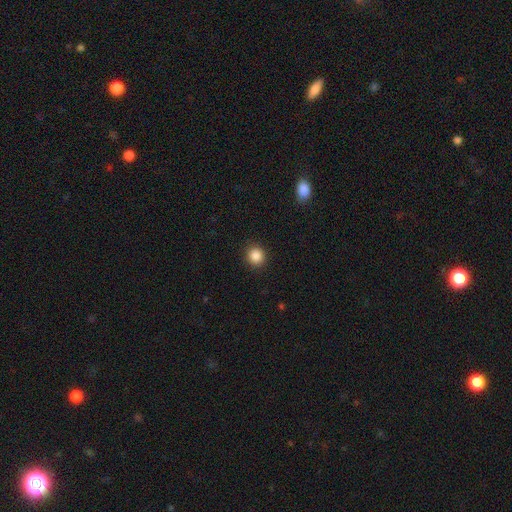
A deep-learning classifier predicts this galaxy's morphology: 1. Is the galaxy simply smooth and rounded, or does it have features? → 87% smooth, 10% star or artifact, 3% featured or disk.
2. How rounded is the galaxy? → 90% round, 9% in between, 1% cigar-shaped.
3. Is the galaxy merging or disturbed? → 91% none, 6% minor disturbance, 2% major disturbance, 1% merger.